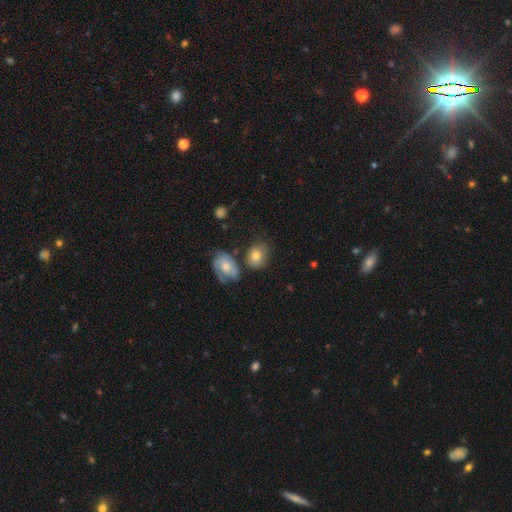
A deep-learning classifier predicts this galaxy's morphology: A smooth galaxy with no disk features (75%) that is round (51%).

Vote fractions:
- Smooth or featured? smooth: 75% / featured or disk: 17% / star or artifact: 8%
- How rounded? round: 51% / in between: 48% / cigar-shaped: 1%
- Merging? none: 53% / minor disturbance: 21% / merger: 17% / major disturbance: 8%